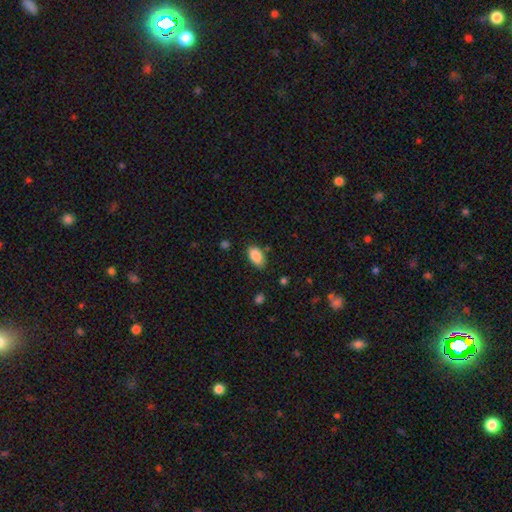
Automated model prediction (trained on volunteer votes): Overall: smooth (89%). How rounded: in between (93%). Merging: none (76%).